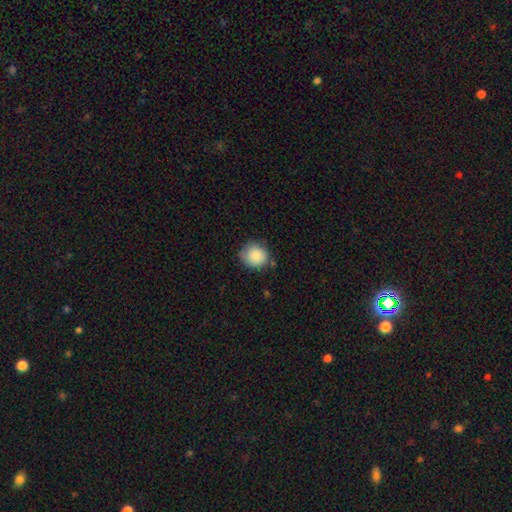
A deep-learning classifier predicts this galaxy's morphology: smooth 87%, star or artifact 8%, featured or disk 5%. Down the decision tree: how rounded — round (86%); merging — none (79%).